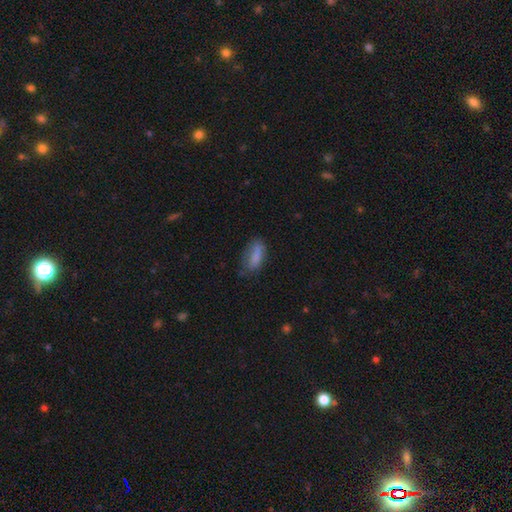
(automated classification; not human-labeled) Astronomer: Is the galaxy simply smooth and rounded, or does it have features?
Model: smooth — 80%.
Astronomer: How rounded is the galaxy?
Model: in between — 75%.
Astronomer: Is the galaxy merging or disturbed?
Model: none — 59%.